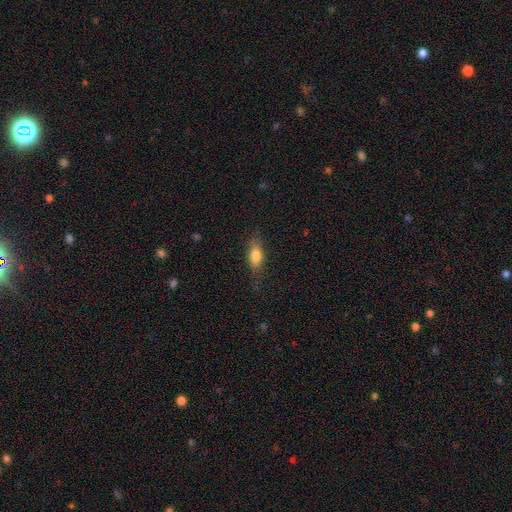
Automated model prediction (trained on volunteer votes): Smooth or featured?
  - smooth: 76% *
  - featured or disk: 16%
  - star or artifact: 8%
How rounded?
  - in between: 74% *
  - cigar-shaped: 21%
  - round: 5%
Merging?
  - none: 67% *
  - minor disturbance: 22%
  - major disturbance: 10%
  - merger: 1%